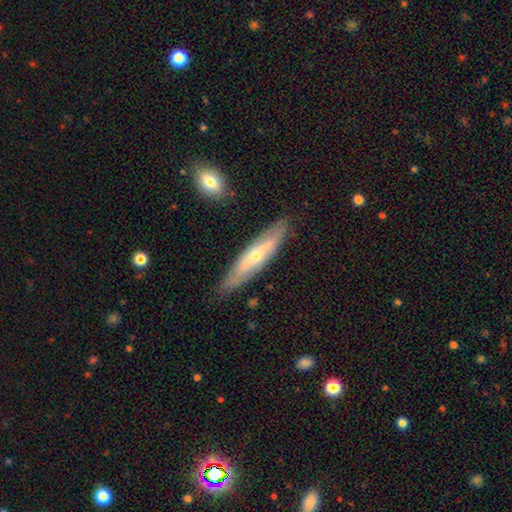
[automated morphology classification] smooth_or_featured: featured or disk (p=0.57) [alt: smooth p=0.37]
disk_edge_on: yes (p=0.66) [alt: no p=0.34]
merging: none (p=0.84) [alt: minor disturbance p=0.12]